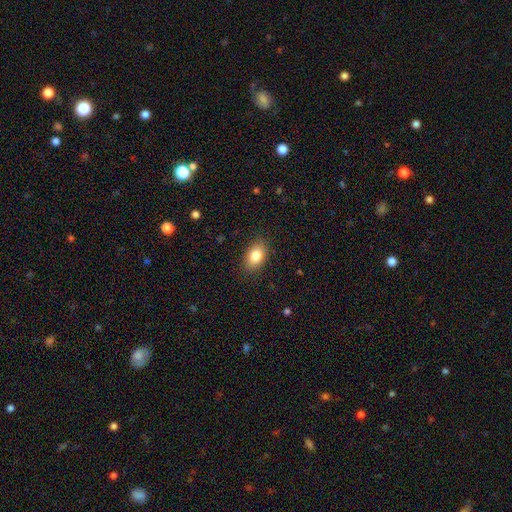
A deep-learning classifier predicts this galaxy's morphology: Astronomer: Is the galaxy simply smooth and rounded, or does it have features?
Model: smooth — 84%.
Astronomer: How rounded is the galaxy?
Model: in between — 87%.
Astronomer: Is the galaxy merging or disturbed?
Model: none — 85%.